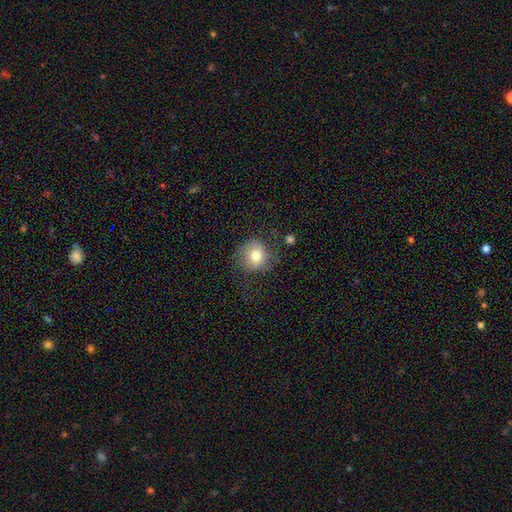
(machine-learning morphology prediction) Smooth or featured: smooth — 76% (featured or disk — 14%)
How rounded: round — 84% (in between — 15%)
Merging: none — 64% (minor disturbance — 21%)